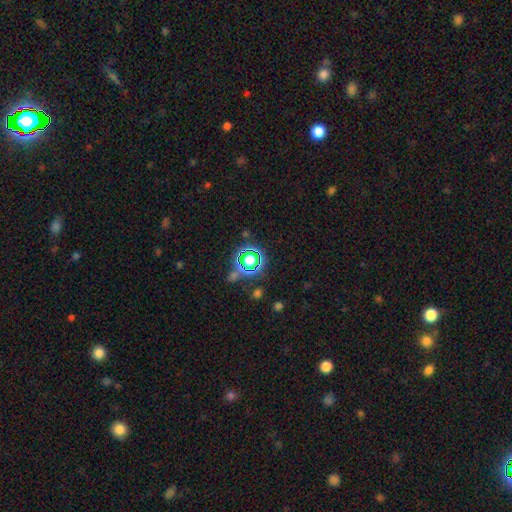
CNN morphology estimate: The model was most divided on "smooth or featured": star or artifact: 59%, smooth: 32%, featured or disk: 10%.